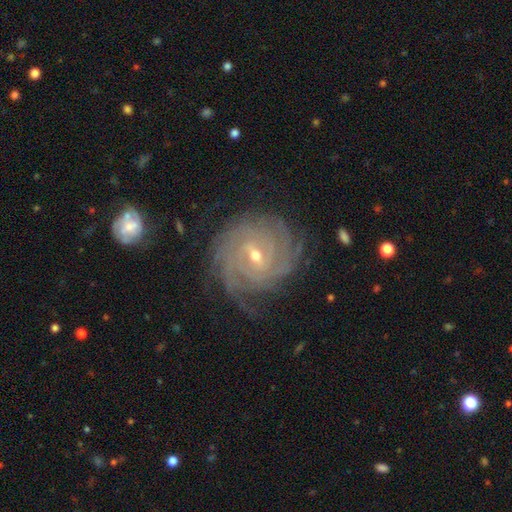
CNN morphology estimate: Smooth or featured? Predicted: featured or disk (p=0.90). Edge-on disk? Predicted: no (p=0.97). Bar? Predicted: weak (p=0.56). Spiral arms? Predicted: yes (p=0.98). Spiral winding? Predicted: tight (p=0.81). Spiral arm count? Predicted: 4 (p=0.28). Bulge size? Predicted: small (p=0.56). Merging? Predicted: none (p=0.77).